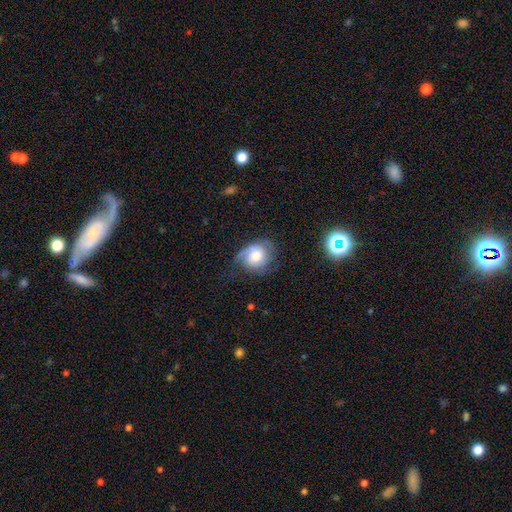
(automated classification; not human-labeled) Smooth or featured?
  - featured or disk: 50% *
  - smooth: 42%
  - star or artifact: 9%
Merging?
  - none: 48% *
  - minor disturbance: 29%
  - major disturbance: 21%
  - merger: 2%